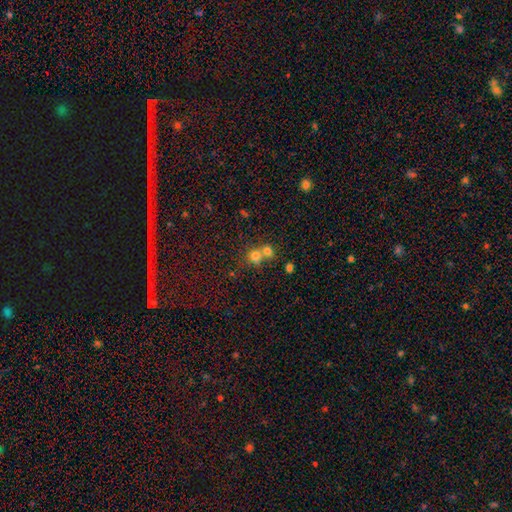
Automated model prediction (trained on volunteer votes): smooth 74%, star or artifact 15%, featured or disk 11%. Down the decision tree: how rounded — round (81%); merging — merger (55%).